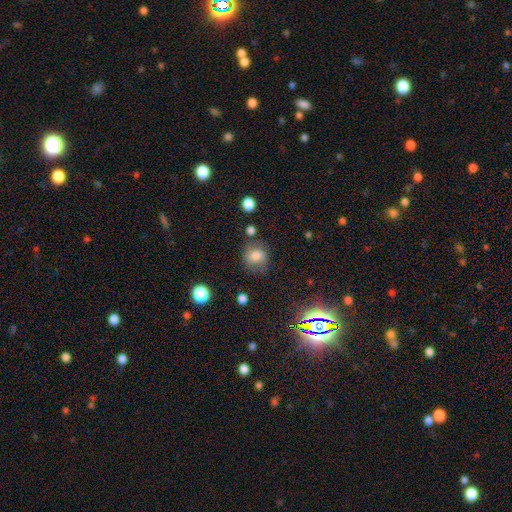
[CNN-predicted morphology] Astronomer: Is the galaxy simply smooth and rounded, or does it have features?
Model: smooth — 69%.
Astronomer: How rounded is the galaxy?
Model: round — 71%.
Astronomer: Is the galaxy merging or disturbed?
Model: none — 63%.